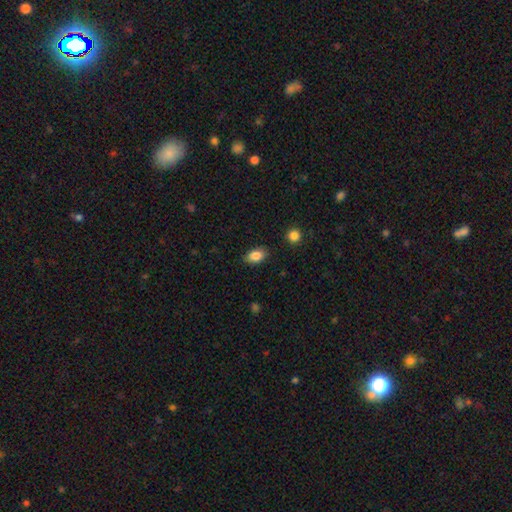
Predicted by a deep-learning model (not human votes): smooth_or_featured: smooth (p=0.86) [alt: star or artifact p=0.08]
how_rounded: in between (p=0.87) [alt: round p=0.11]
merging: none (p=0.86) [alt: minor disturbance p=0.10]